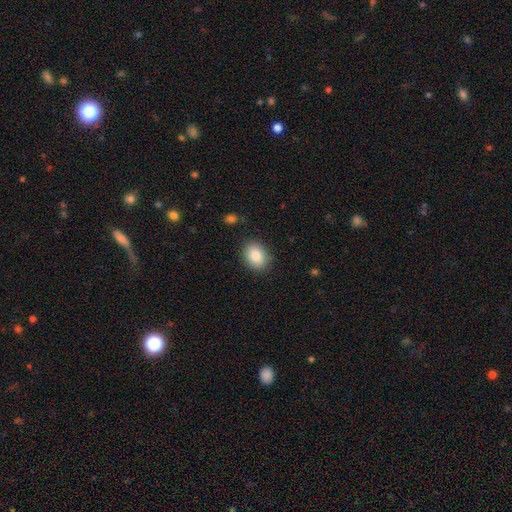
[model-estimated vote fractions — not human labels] Smooth or featured? smooth (84%)
How rounded? in between (61%)
Merging? none (86%)